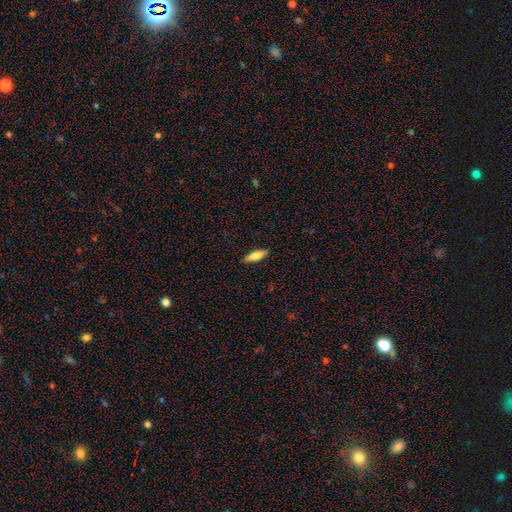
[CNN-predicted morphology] Smooth or featured: smooth — 76% (featured or disk — 18%)
How rounded: in between — 50% (cigar-shaped — 48%)
Merging: none — 88% (minor disturbance — 9%)